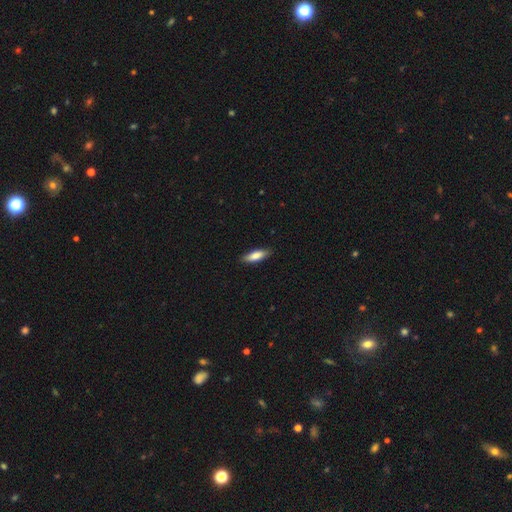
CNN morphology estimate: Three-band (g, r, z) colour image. It shows a smooth galaxy with no disk features (76%) that is cigar-shaped (52%). Merging: none (88%).